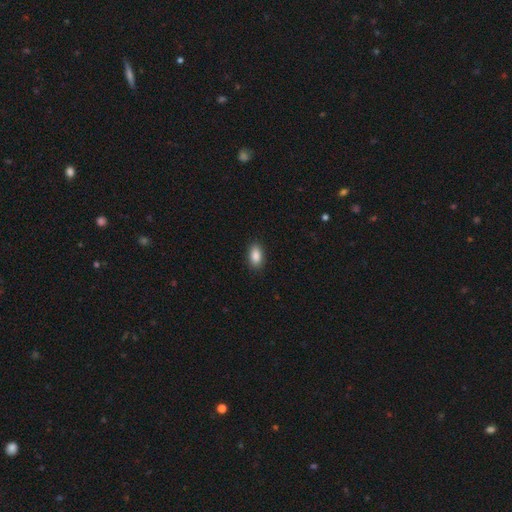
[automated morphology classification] Smooth or featured?
  - smooth: 88% *
  - star or artifact: 8%
  - featured or disk: 4%
How rounded?
  - in between: 92% *
  - round: 5%
  - cigar-shaped: 3%
Merging?
  - none: 89% *
  - minor disturbance: 8%
  - major disturbance: 2%
  - merger: 1%